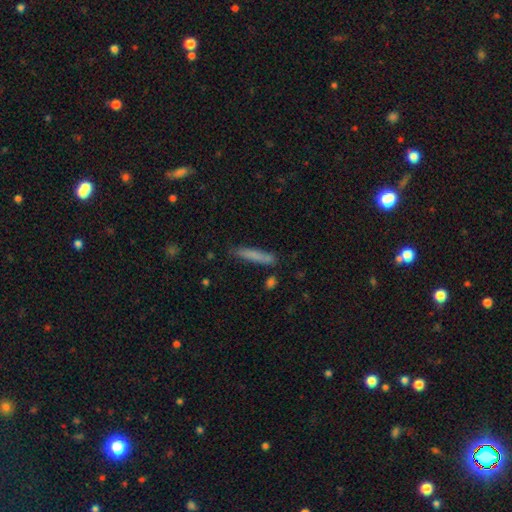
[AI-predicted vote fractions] smooth-or-featured: smooth: 77% | featured or disk: 15% | star or artifact: 7%
  how-rounded: cigar-shaped: 92% | in between: 7% | round: 1%
  merging: none: 80% | minor disturbance: 13% | merger: 4% | major disturbance: 3%